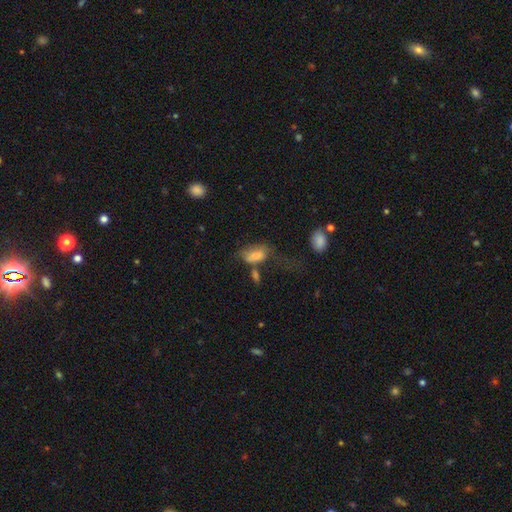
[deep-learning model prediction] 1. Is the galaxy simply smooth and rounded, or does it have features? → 78% smooth, 13% featured or disk, 9% star or artifact.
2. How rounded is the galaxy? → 91% in between, 5% round, 4% cigar-shaped.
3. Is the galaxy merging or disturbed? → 33% major disturbance, 26% none, 22% minor disturbance, 19% merger.